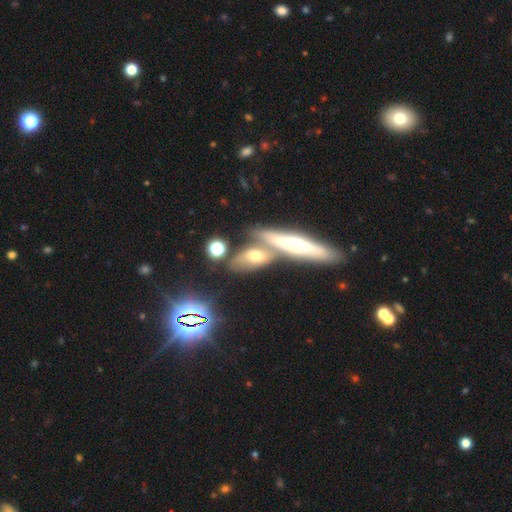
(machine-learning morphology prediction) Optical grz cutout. It shows a smooth galaxy with no disk features (44%, tied with featured or disk). Merging: merger (48%).